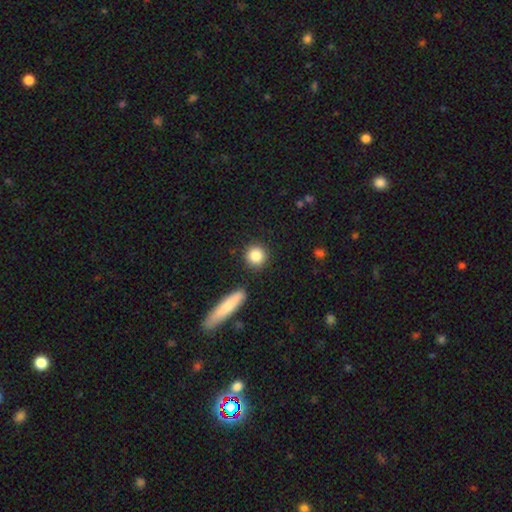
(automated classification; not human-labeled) Overall: smooth (84%). How rounded: round (89%). Merging: none (87%).